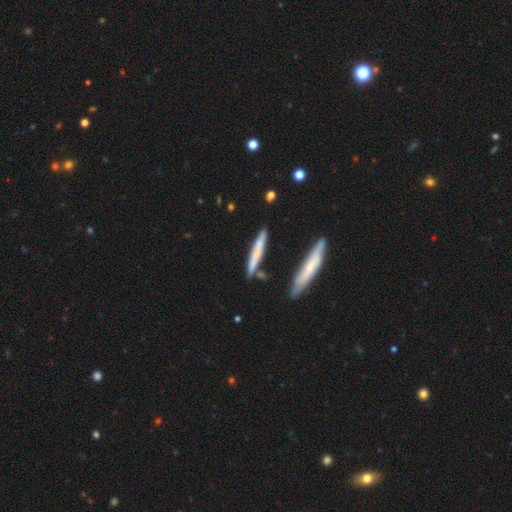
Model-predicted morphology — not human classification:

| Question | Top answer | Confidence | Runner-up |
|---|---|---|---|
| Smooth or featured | smooth | 58% | featured or disk (36%) |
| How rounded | cigar-shaped | 93% | in between (5%) |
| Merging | none | 80% | minor disturbance (12%) |